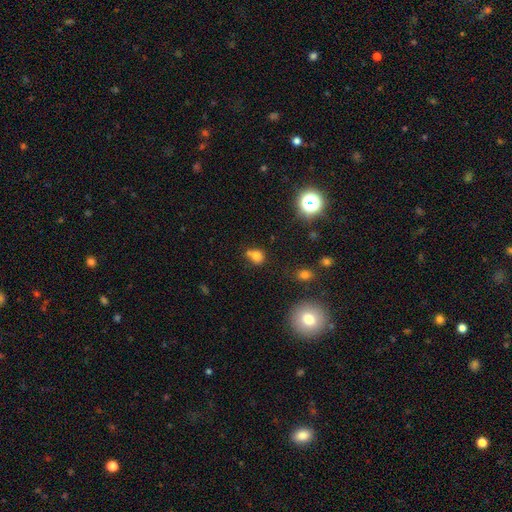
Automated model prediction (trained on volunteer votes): This is likely a smooth galaxy (72%). How rounded: likely round (63%). Merging: possibly none (48%).